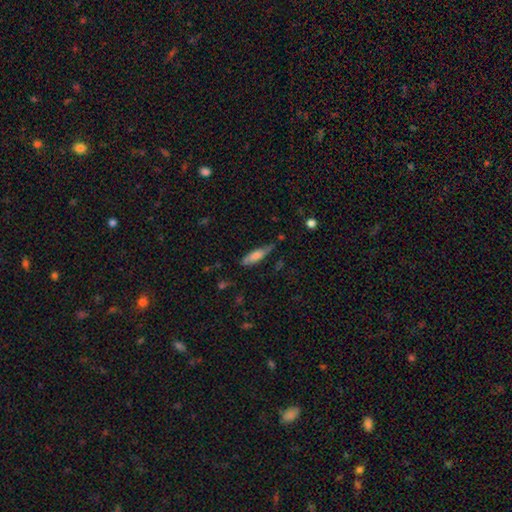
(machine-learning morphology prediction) Smooth or featured? Predicted: smooth (p=0.70). How rounded? Predicted: cigar-shaped (p=0.61). Merging? Predicted: none (p=0.58).